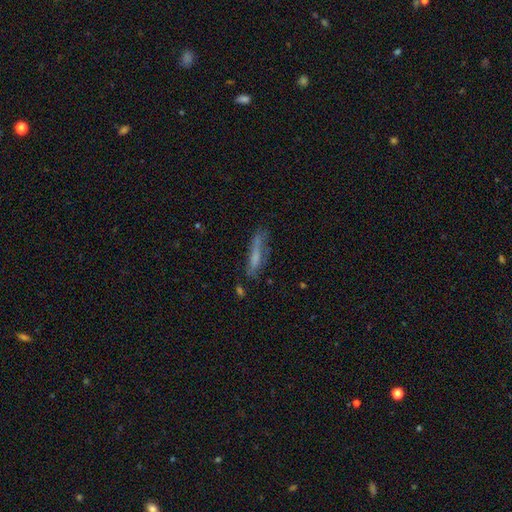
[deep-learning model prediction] Morphology: type=smooth (55%); roundness=cigar-shaped (85%); merging=none (57%).